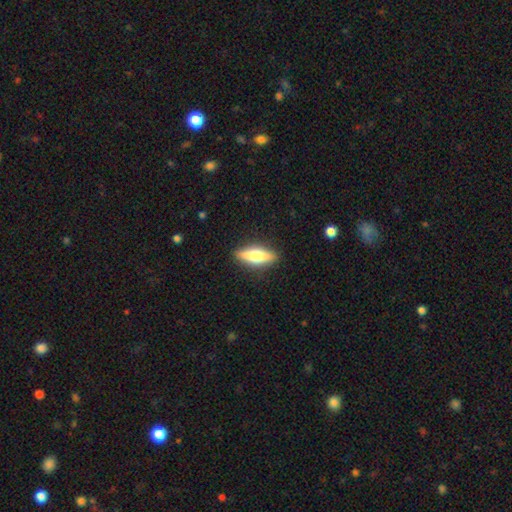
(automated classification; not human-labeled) Smooth or featured?
  - smooth: 54% *
  - featured or disk: 40%
  - star or artifact: 6%
How rounded?
  - cigar-shaped: 51% *
  - in between: 46%
  - round: 3%
Merging?
  - none: 89% *
  - minor disturbance: 8%
  - major disturbance: 2%
  - merger: 1%